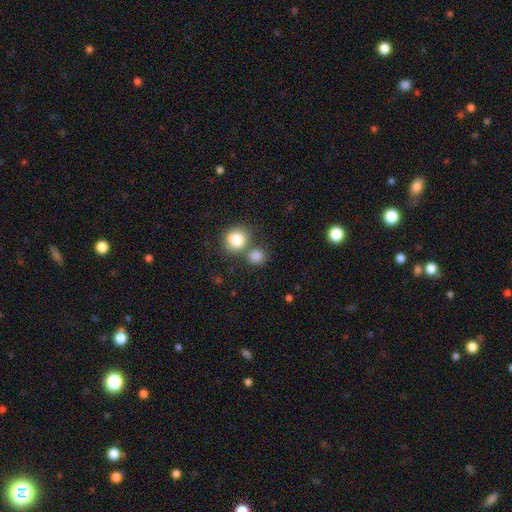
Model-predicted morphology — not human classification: Smooth or featured? Predicted: smooth (p=0.82). How rounded? Predicted: round (p=0.81). Merging? Predicted: none (p=0.57).